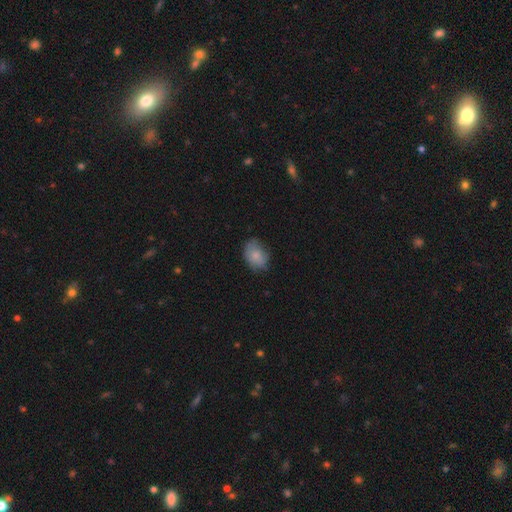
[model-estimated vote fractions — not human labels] This is likely a smooth galaxy (78%). How rounded: likely in between (68%). Merging: likely none (65%).